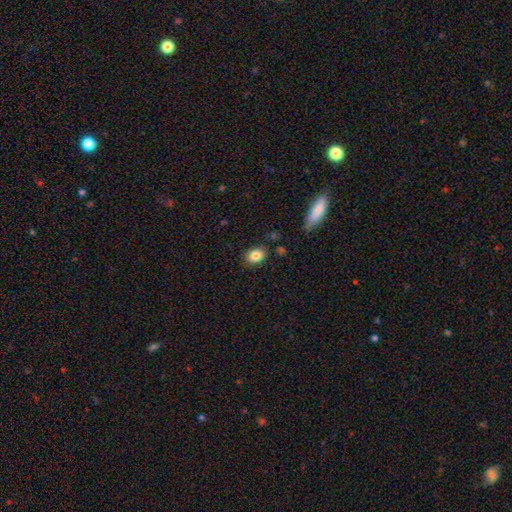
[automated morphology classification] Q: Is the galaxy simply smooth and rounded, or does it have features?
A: smooth — 84%.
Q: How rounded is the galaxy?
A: in between — 73%.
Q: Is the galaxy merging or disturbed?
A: none — 84%.